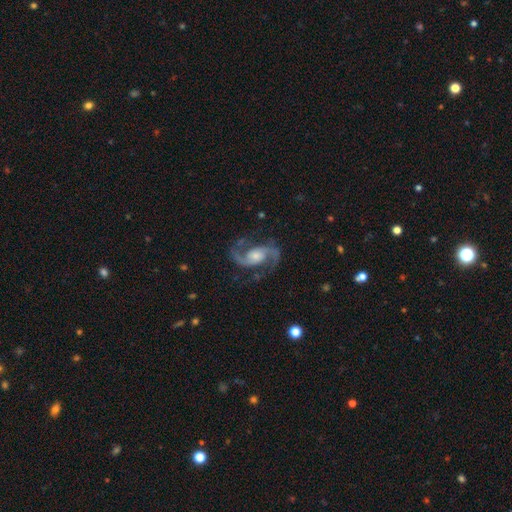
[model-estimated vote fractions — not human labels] A featured or disk galaxy (92%) with no bar (51%), 2 (94%) medium (59%) spiral arms (98%) and a moderate central bulge (44%).

Vote fractions:
- Smooth or featured? featured or disk: 92% / star or artifact: 4% / smooth: 3%
- Edge-on disk? no: 98% / yes: 2%
- Bar? no: 51% / weak: 36% / strong: 13%
- Spiral arms? yes: 98% / no: 2%
- Spiral winding? medium: 59% / loose: 29% / tight: 12%
- Spiral arm count? 2: 94% / can't tell: 1% / 3: 1% / 1: 1% / 4: 1% / more than 4: 1%
- Bulge size? moderate: 44% / small: 35% / large: 13% / none: 7% / dominant: 2%
- Merging? none: 80% / minor disturbance: 12% / major disturbance: 7% / merger: 1%